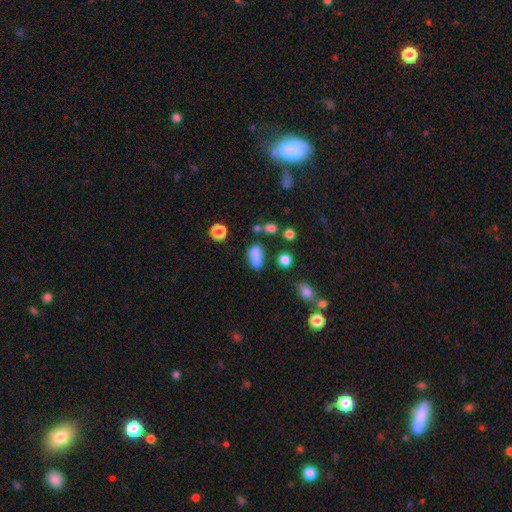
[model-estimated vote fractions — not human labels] Overall: smooth (75%). How rounded: in between (74%). Merging: none (41%; merger 34%).